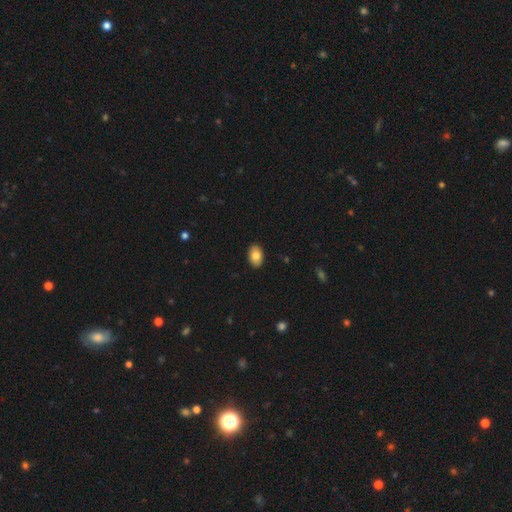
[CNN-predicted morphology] Smooth or featured? Predicted: smooth (p=0.83). How rounded? Predicted: in between (p=0.90). Merging? Predicted: none (p=0.90).